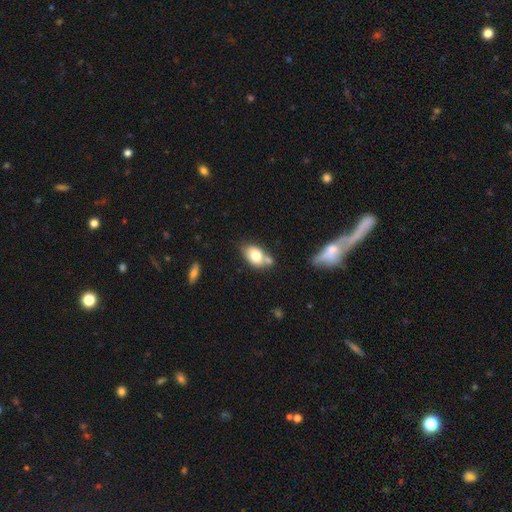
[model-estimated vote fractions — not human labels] Smooth or featured: smooth — 74% (featured or disk — 18%)
How rounded: in between — 84% (round — 14%)
Merging: none — 49% (merger — 27%)